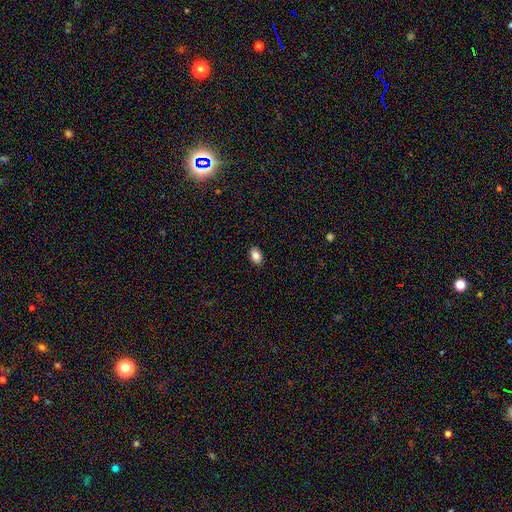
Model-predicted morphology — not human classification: Smooth or featured?
  - smooth: 86% *
  - star or artifact: 9%
  - featured or disk: 5%
How rounded?
  - in between: 85% *
  - round: 14%
  - cigar-shaped: 1%
Merging?
  - none: 89% *
  - minor disturbance: 8%
  - major disturbance: 2%
  - merger: 1%